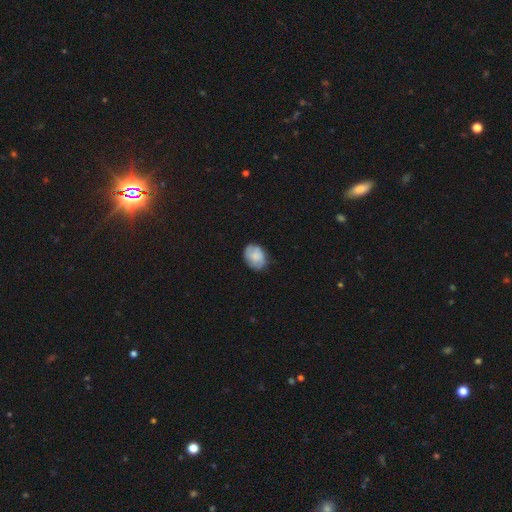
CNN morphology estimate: Smooth or featured? Predicted: smooth (p=0.68). How rounded? Predicted: in between (p=0.63). Merging? Predicted: none (p=0.77).